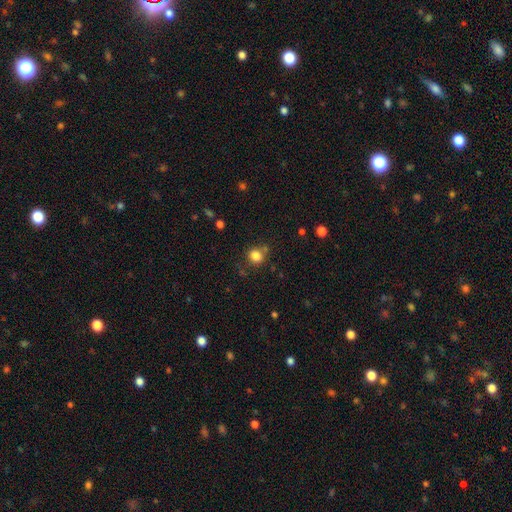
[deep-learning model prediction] This appears to be a smooth galaxy with no disk features (82%) that is round (72%). Merging: none (68%).